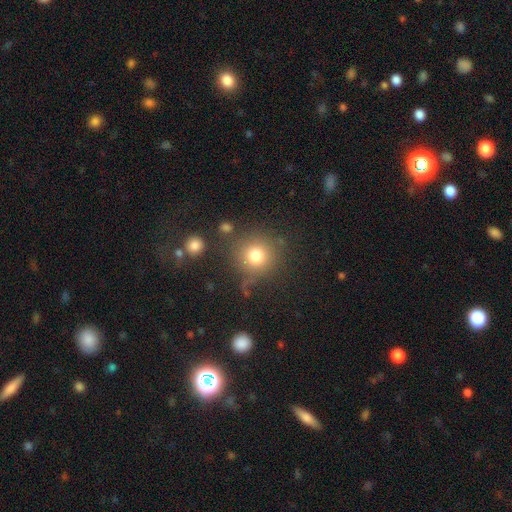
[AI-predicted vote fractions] Smooth or featured? smooth (77%)
How rounded? round (92%)
Merging? none (76%)